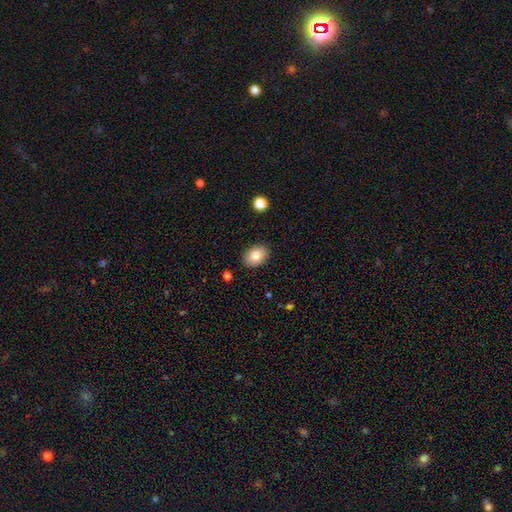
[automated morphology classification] Smooth or featured: smooth — 82% (featured or disk — 10%)
How rounded: in between — 76% (round — 23%)
Merging: none — 87% (minor disturbance — 9%)